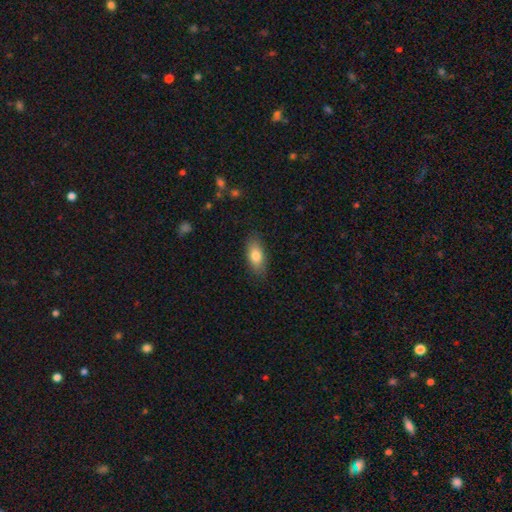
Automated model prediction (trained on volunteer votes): Morphology: type=smooth (80%); roundness=in between (85%); merging=none (84%).